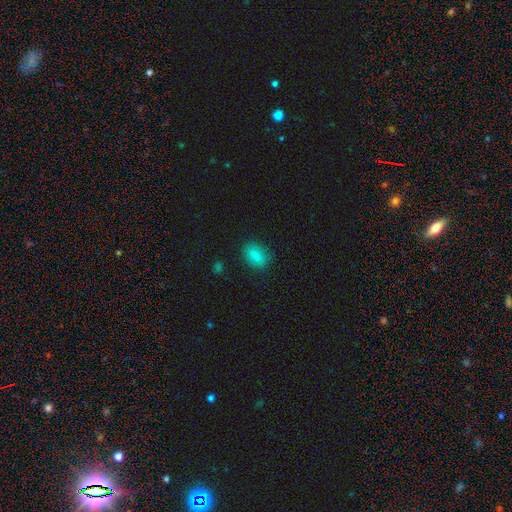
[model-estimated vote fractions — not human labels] A smooth galaxy with no disk features (81%) that is in between round and cigar-shaped (72%). Merging: none (83%).